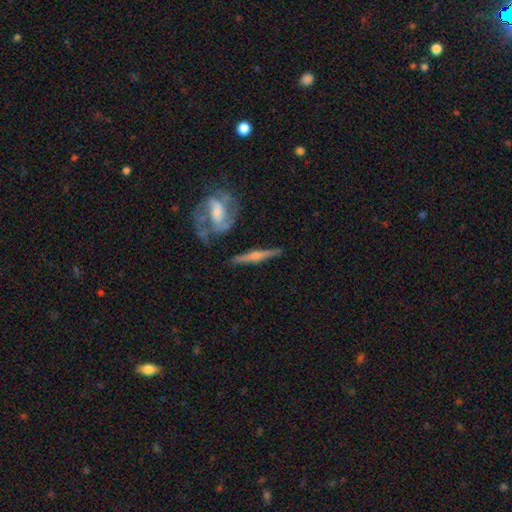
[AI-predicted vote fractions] smooth_or_featured: featured or disk (p=0.74) [alt: smooth p=0.20]
disk_edge_on: yes (p=0.92) [alt: no p=0.08]
edge_on_bulge: rounded (p=0.82) [alt: none p=0.11]
merging: none (p=0.81) [alt: minor disturbance p=0.12]